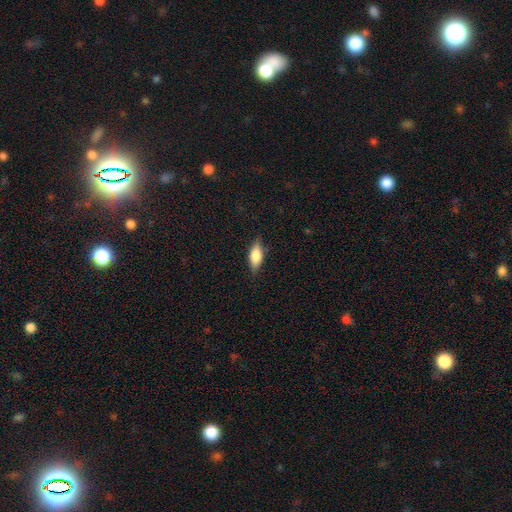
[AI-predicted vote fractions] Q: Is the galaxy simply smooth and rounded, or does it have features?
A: smooth — 70%.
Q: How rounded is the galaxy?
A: in between — 75%.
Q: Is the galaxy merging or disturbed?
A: none — 81%.